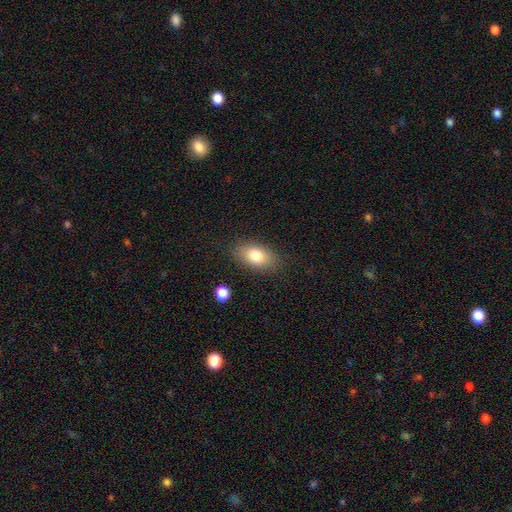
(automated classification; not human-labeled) Smooth or featured: smooth — 80% (featured or disk — 12%)
How rounded: in between — 89% (round — 8%)
Merging: none — 83% (minor disturbance — 12%)